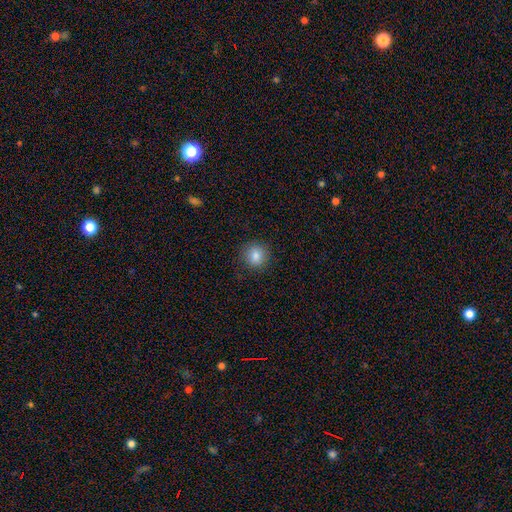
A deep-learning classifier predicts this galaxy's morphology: Smooth or featured: smooth — 85% (star or artifact — 10%)
How rounded: round — 88% (in between — 11%)
Merging: none — 88% (minor disturbance — 8%)